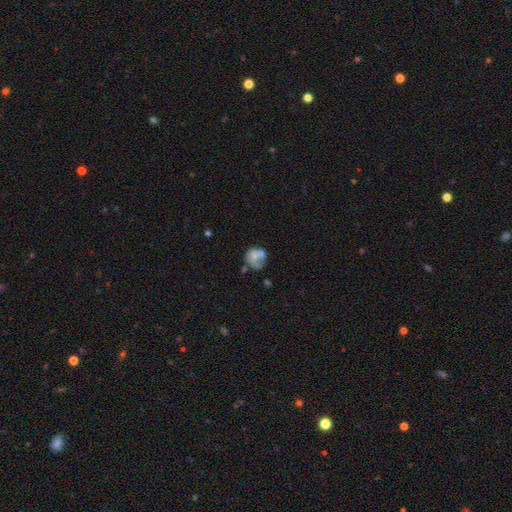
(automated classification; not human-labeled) smooth_or_featured: smooth (p=0.53) [alt: featured or disk p=0.37]
how_rounded: round (p=0.64) [alt: in between p=0.35]
merging: none (p=0.34) [alt: major disturbance p=0.24]